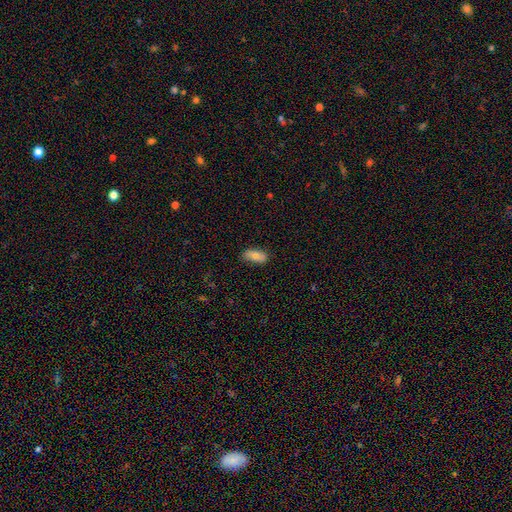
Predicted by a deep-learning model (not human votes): Overall: smooth (78%). How rounded: in between (88%). Merging: none (82%).